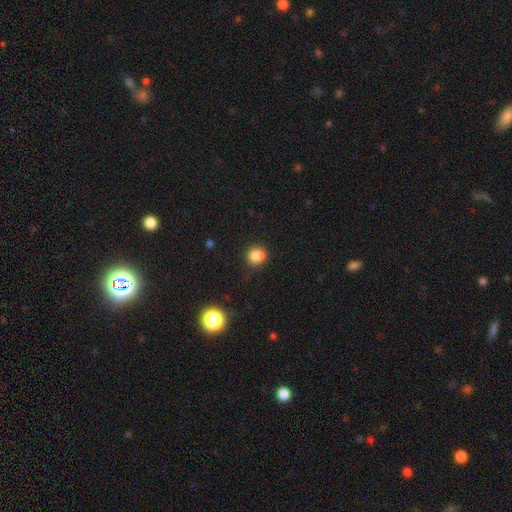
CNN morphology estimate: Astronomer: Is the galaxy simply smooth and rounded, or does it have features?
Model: smooth — 83%.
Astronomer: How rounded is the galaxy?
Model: round — 79%.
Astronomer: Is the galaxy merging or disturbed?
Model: none — 76%.